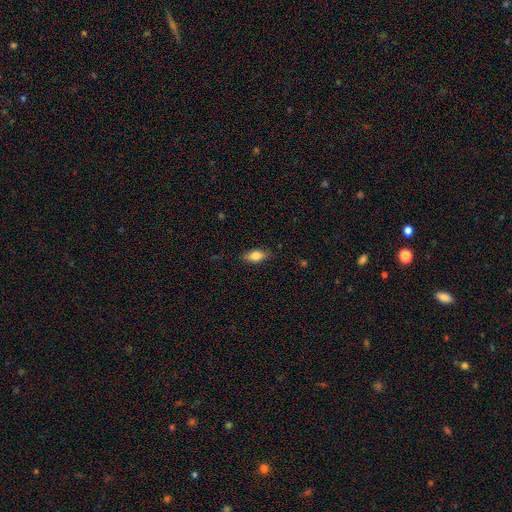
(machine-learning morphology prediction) smooth 81%, featured or disk 11%, star or artifact 7%. Down the decision tree: how rounded — in between (86%); merging — none (84%).